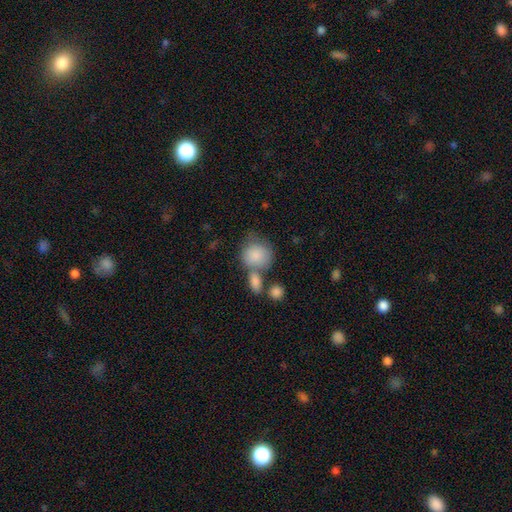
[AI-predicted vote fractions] This is clearly a smooth galaxy (84%). How rounded: likely round (76%). Merging: marginally none (43%).